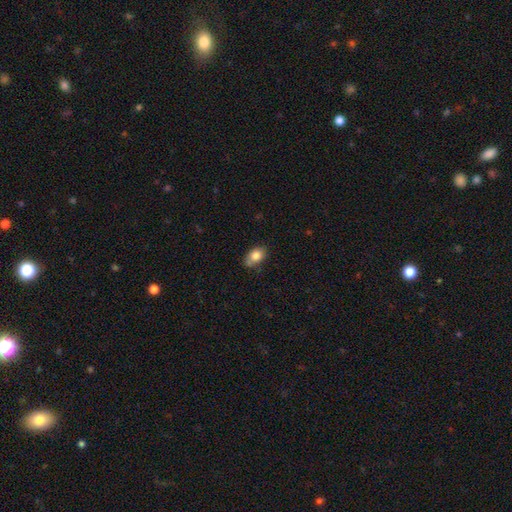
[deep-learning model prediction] Smooth or featured? smooth (82%)
How rounded? in between (83%)
Merging? none (67%)